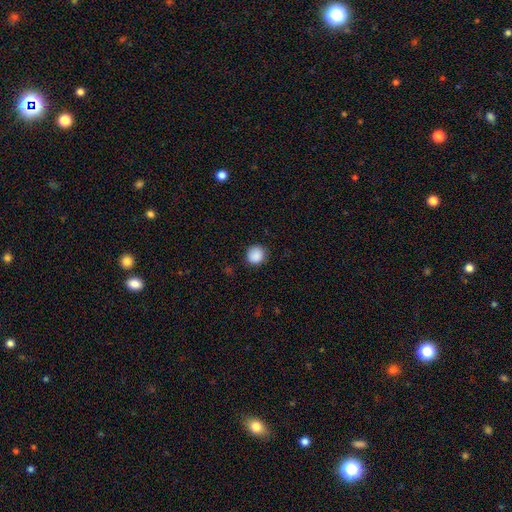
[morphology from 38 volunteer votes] Smooth or featured? 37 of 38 (97%) said smooth. How rounded? 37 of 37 (100%) said round. Merging? 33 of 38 (87%) said none.